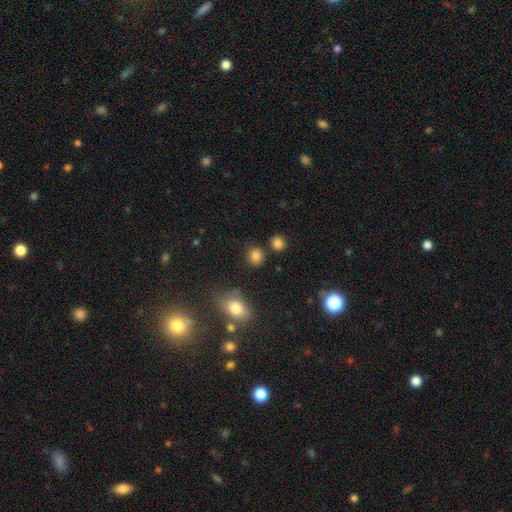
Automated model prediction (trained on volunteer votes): Smooth or featured? smooth (83%)
How rounded? round (79%)
Merging? none (80%)